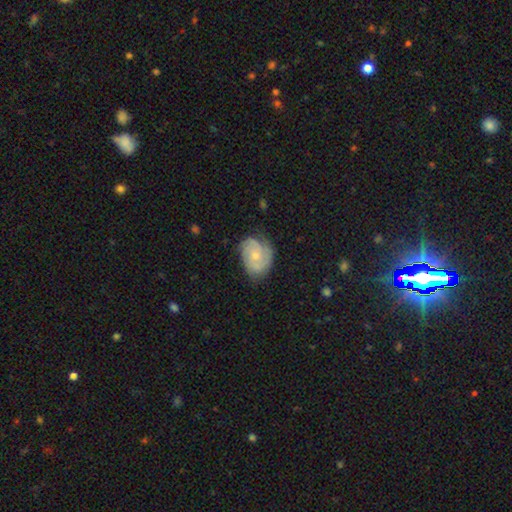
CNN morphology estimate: This is likely a featured or disk galaxy (72%). It is clearly not viewed edge-on (98%). Bar: likely no (76%). Spiral arm pattern: clearly yes (93%). Spiral arm count: marginally 2 (38%). Spiral winding: possibly tight (52%). Central bulge: possibly small (59%). Merging: likely none (67%).